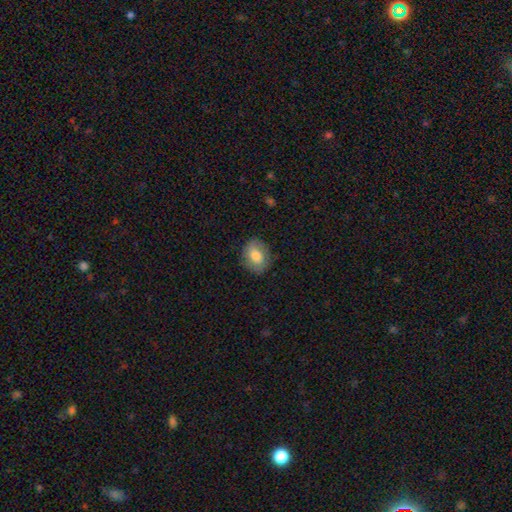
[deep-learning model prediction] The model was most divided on "how rounded": in between: 58%, round: 40%, cigar-shaped: 1%. More confident: merging — none (81%); smooth or featured — smooth (70%).